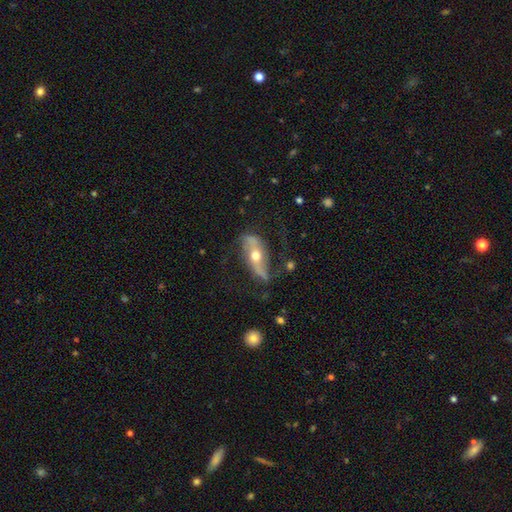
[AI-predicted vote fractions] Smooth or featured: featured or disk — 76% (smooth — 18%)
Edge-on disk: no — 77% (yes — 23%)
Bar: no — 45% (strong — 30%)
Spiral arms: yes — 83% (no — 17%)
Bulge size: moderate — 75% (small — 15%)
Merging: none — 60% (minor disturbance — 23%)